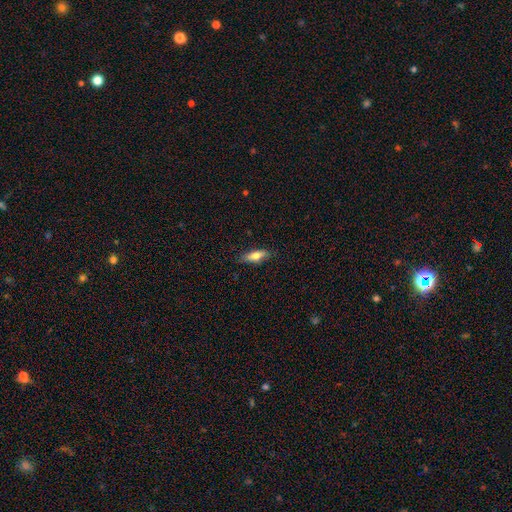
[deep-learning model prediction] This appears to be a smooth galaxy with no disk features (67%) that is in between round and cigar-shaped (56%). Merging: none (83%).